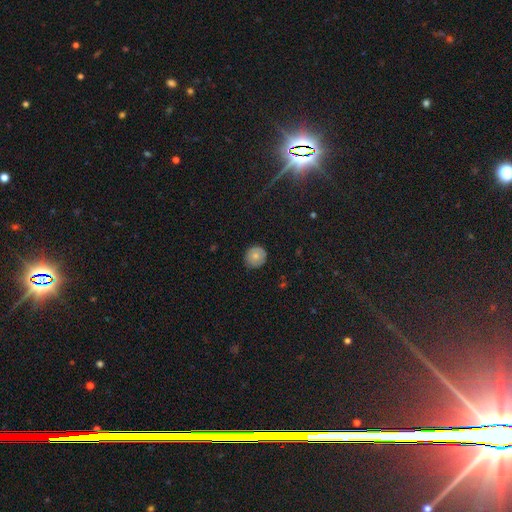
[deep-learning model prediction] Overall: smooth (73%). How rounded: round (91%). Merging: none (86%).